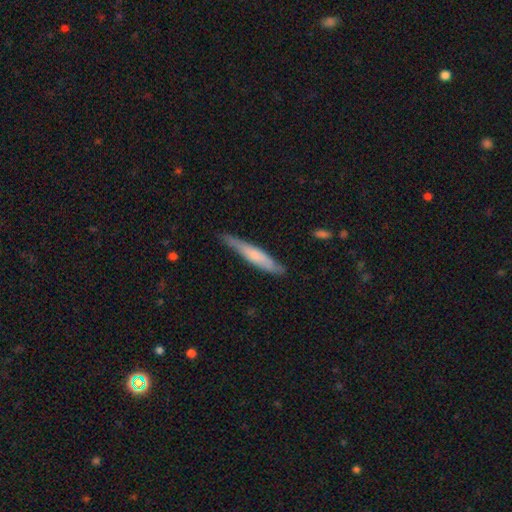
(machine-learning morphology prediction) Smooth or featured: smooth — 58% (featured or disk — 36%)
How rounded: cigar-shaped — 91% (in between — 8%)
Merging: none — 74% (minor disturbance — 21%)